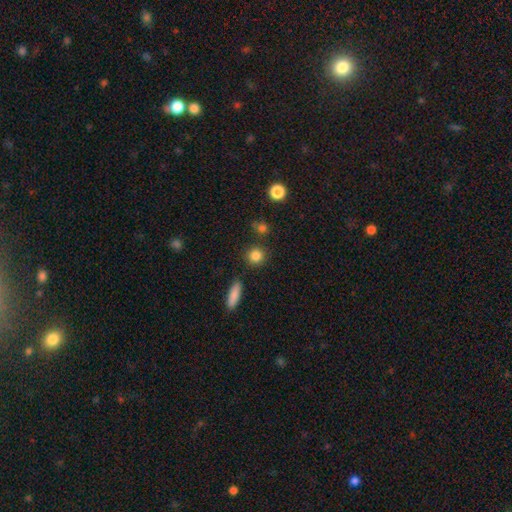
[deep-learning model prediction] Overall: smooth (84%). How rounded: round (88%). Merging: none (84%).